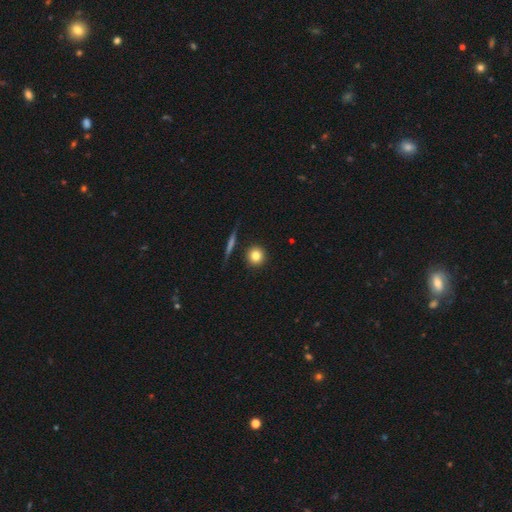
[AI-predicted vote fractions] Smooth or featured: smooth — 81% (star or artifact — 10%)
How rounded: round — 93% (in between — 6%)
Merging: none — 89% (minor disturbance — 7%)